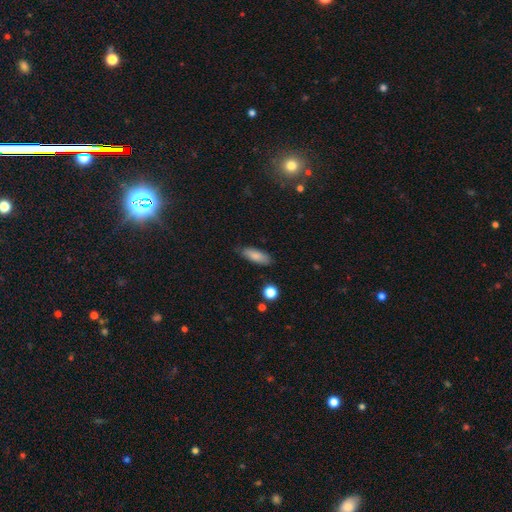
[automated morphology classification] A smooth galaxy with no disk features (84%) that is in between round and cigar-shaped (70%).

Vote fractions:
- Smooth or featured? smooth: 84% / featured or disk: 9% / star or artifact: 7%
- How rounded? in between: 70% / cigar-shaped: 28% / round: 2%
- Merging? none: 80% / minor disturbance: 16% / major disturbance: 3% / merger: 2%